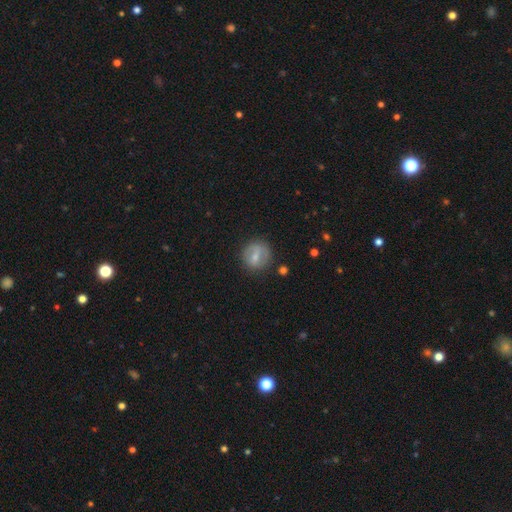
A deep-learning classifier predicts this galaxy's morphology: Smooth or featured? Predicted: smooth (p=0.53). How rounded? Predicted: round (p=0.83). Merging? Predicted: none (p=0.76).